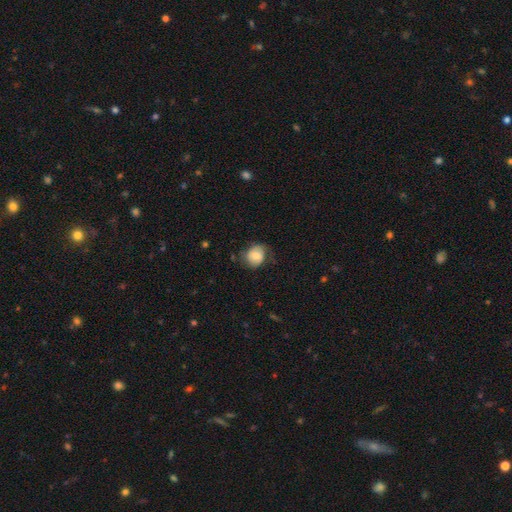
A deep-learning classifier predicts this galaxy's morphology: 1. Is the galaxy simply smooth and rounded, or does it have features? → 68% smooth, 25% featured or disk, 8% star or artifact.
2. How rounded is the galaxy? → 73% round, 27% in between, 1% cigar-shaped.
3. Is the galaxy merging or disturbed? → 60% none, 27% minor disturbance, 12% major disturbance, 1% merger.